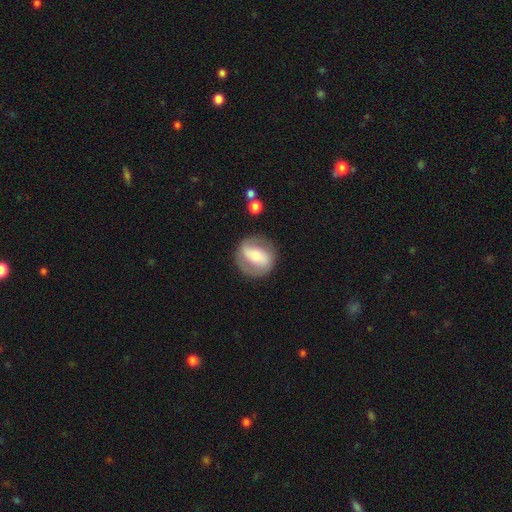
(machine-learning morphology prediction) Smooth or featured? featured or disk (59%)
Edge-on disk? no (94%)
Bar? strong (48%)
Spiral arms? yes (60%)
Bulge size? moderate (56%)
Merging? none (80%)